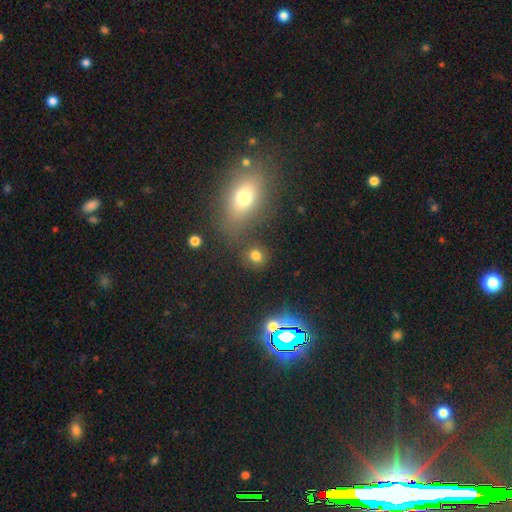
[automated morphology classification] Smooth or featured? Predicted: smooth (p=0.75). How rounded? Predicted: round (p=0.78). Merging? Predicted: none (p=0.78).